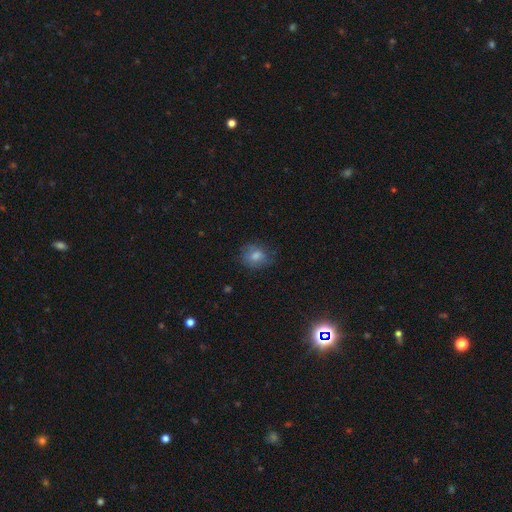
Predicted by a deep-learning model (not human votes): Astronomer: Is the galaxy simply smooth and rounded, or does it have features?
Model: smooth — 68%.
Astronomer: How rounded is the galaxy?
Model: round — 67%.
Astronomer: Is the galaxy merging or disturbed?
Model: none — 73%.